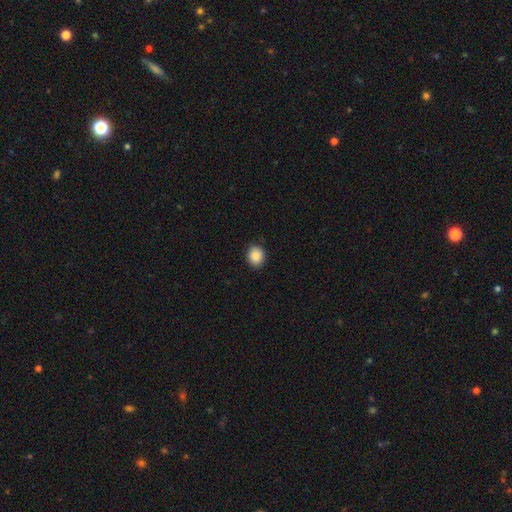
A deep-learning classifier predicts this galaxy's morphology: This appears to be a smooth galaxy with no disk features (88%) that is round (71%). Merging: none (90%).